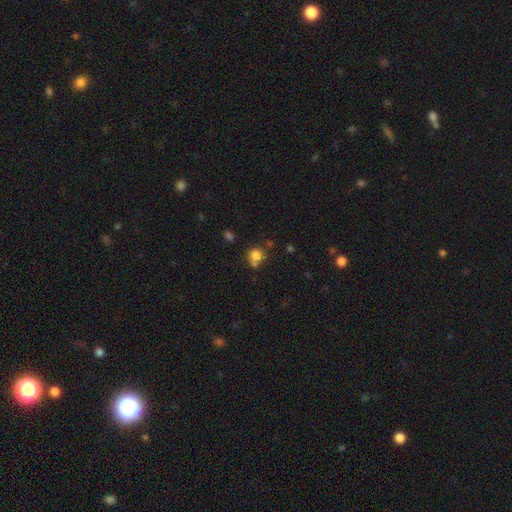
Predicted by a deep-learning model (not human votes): This appears to be a smooth galaxy with no disk features (79%) that is round (84%). Merging: none (56%).